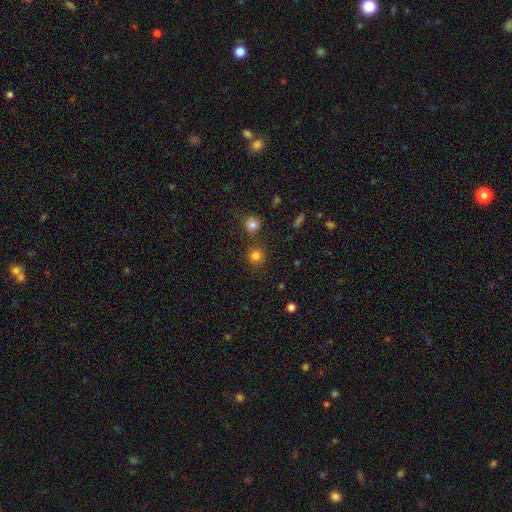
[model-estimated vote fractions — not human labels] This appears to be a smooth galaxy with no disk features (80%) that is round (92%). Merging: none (79%).